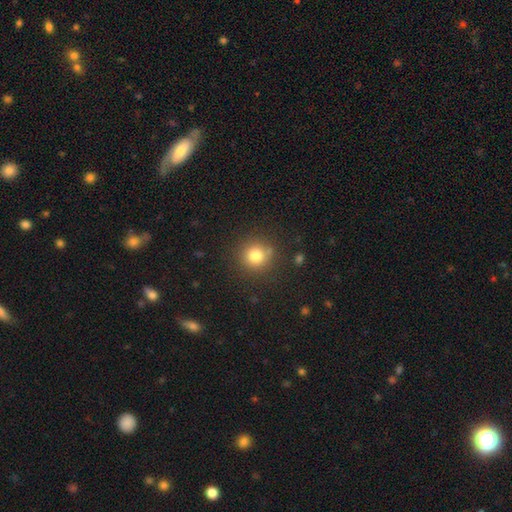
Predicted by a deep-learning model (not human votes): Morphology: type=smooth (79%); roundness=round (93%); merging=none (84%).